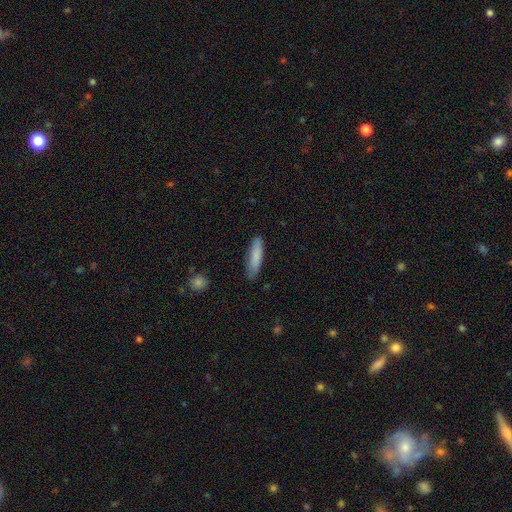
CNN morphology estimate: This is clearly a smooth galaxy (83%). How rounded: likely cigar-shaped (72%). Merging: clearly none (82%).